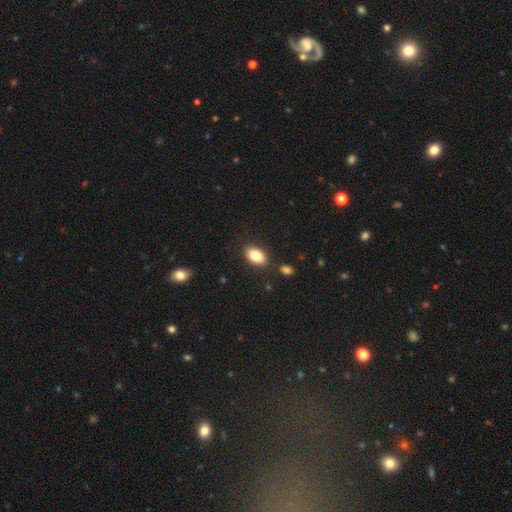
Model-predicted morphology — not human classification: smooth-or-featured: smooth: 85% | featured or disk: 8% | star or artifact: 8%
  how-rounded: in between: 90% | round: 9% | cigar-shaped: 1%
  merging: none: 83% | minor disturbance: 10% | merger: 4% | major disturbance: 3%